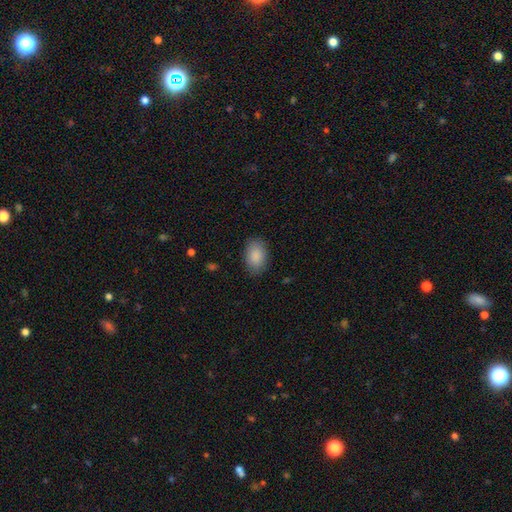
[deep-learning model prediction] Smooth or featured? smooth (89%)
How rounded? in between (87%)
Merging? none (85%)